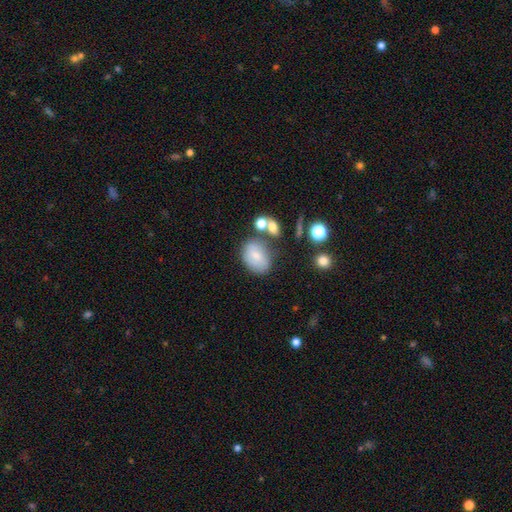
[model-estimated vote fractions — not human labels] Q: Smooth or featured?
A: smooth (72%); runner-up: featured or disk (18%)
Q: How rounded?
A: in between (66%); runner-up: round (33%)
Q: Merging?
A: none (64%); runner-up: minor disturbance (18%)